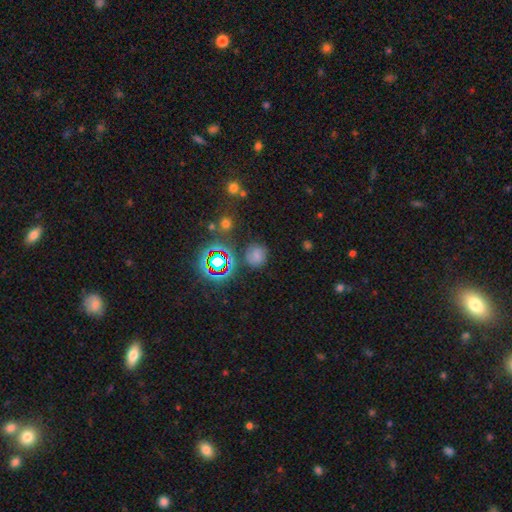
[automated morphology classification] This appears to be a smooth galaxy with no disk features (62%) that is round (82%). Merging: none (75%).